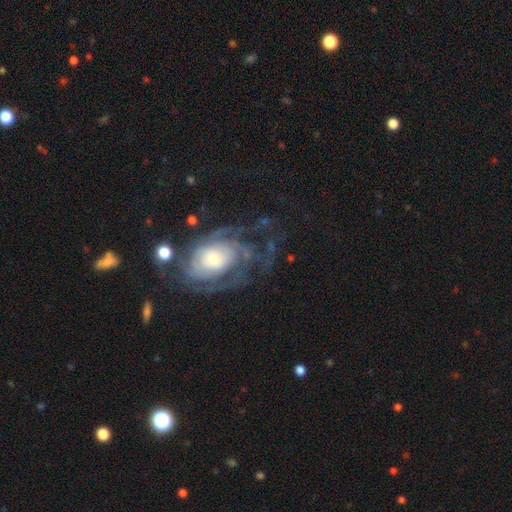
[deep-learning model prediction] The model was most divided on "bulge size": moderate: 50%, small: 27%, large: 18%, none: 3%, dominant: 2%. More confident: edge-on disk — no (94%); spiral arms — yes (81%); bar — no (73%); smooth or featured — featured or disk (72%); spiral winding — tight (59%); merging — none (59%); spiral arm count — can't tell (51%).